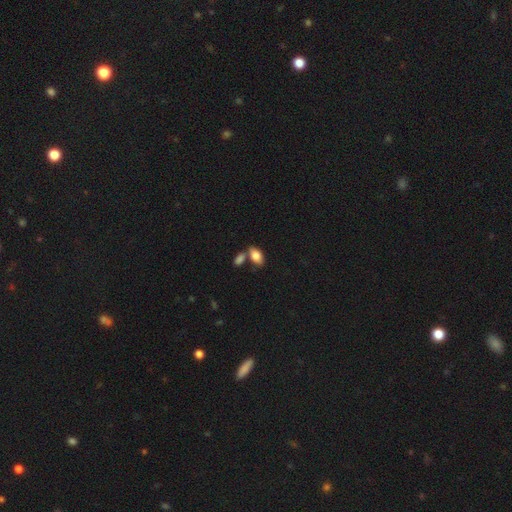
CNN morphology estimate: Smooth or featured?
  - smooth: 82% *
  - featured or disk: 11%
  - star or artifact: 8%
How rounded?
  - in between: 92% *
  - round: 5%
  - cigar-shaped: 3%
Merging?
  - none: 57% *
  - merger: 26%
  - minor disturbance: 13%
  - major disturbance: 4%